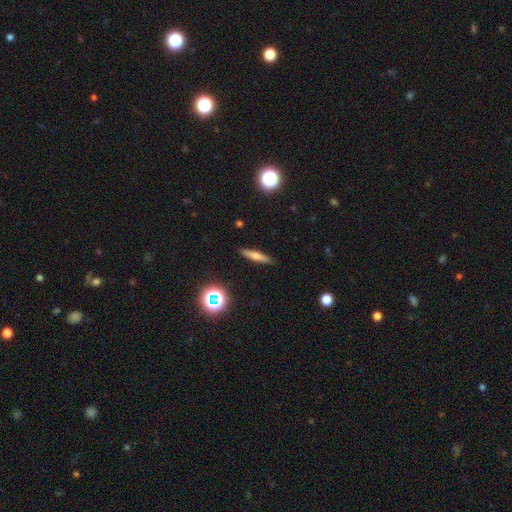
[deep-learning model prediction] Q: Smooth or featured?
A: smooth (57%); runner-up: featured or disk (32%)
Q: How rounded?
A: cigar-shaped (83%); runner-up: in between (14%)
Q: Merging?
A: none (89%); runner-up: minor disturbance (8%)